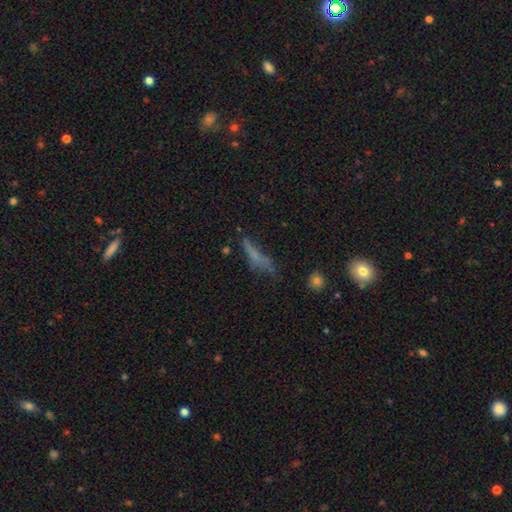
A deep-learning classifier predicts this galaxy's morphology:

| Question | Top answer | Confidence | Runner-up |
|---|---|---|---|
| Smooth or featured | smooth | 50% | featured or disk (32%) |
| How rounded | cigar-shaped | 68% | in between (27%) |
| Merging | none | 43% | minor disturbance (25%) |